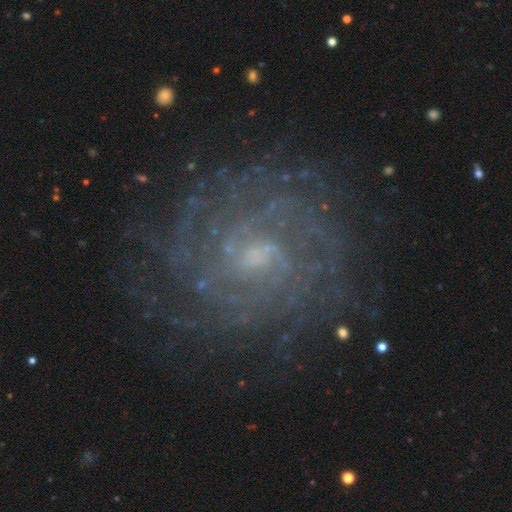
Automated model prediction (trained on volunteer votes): Smooth or featured: featured or disk — 85% (star or artifact — 9%)
Edge-on disk: no — 98% (yes — 2%)
Bar: weak — 55% (no — 31%)
Spiral arms: yes — 96% (no — 4%)
Spiral winding: tight — 74% (medium — 21%)
Spiral arm count: can't tell — 39% (more than 4 — 15%)
Bulge size: small — 57% (moderate — 31%)
Merging: none — 82% (minor disturbance — 12%)